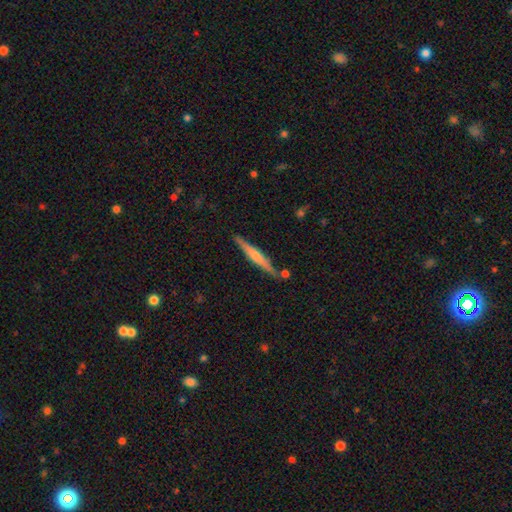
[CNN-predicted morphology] type=featured or disk (53%); edge-on=yes (97%); edge-on bulge=rounded (42%); merging=none (83%).